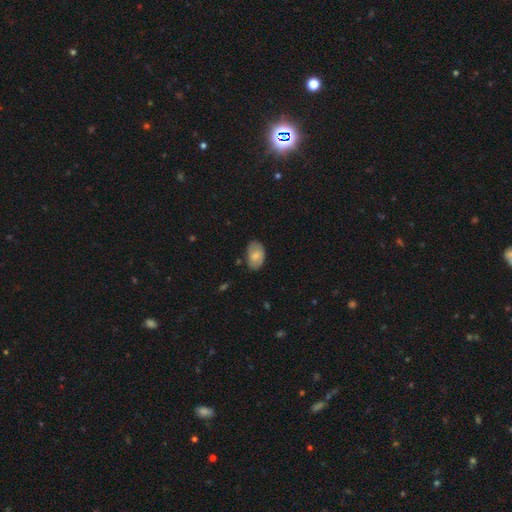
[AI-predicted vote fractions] This appears to be a smooth galaxy with no disk features (73%) that is in between round and cigar-shaped (89%). Merging: none (75%).